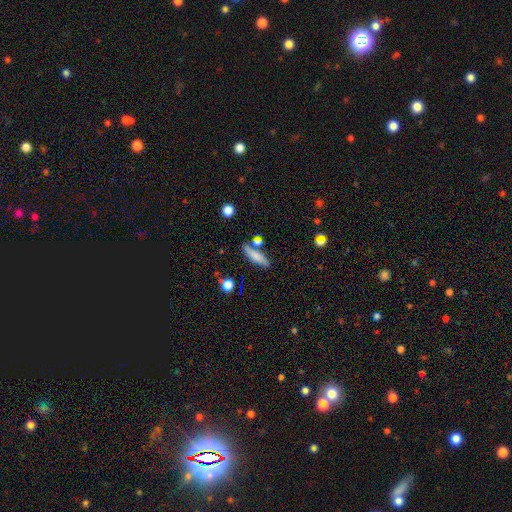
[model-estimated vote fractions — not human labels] Smooth or featured?
  - smooth: 73% *
  - featured or disk: 19%
  - star or artifact: 8%
How rounded?
  - cigar-shaped: 68% *
  - in between: 29%
  - round: 3%
Merging?
  - none: 71% *
  - minor disturbance: 14%
  - merger: 12%
  - major disturbance: 4%